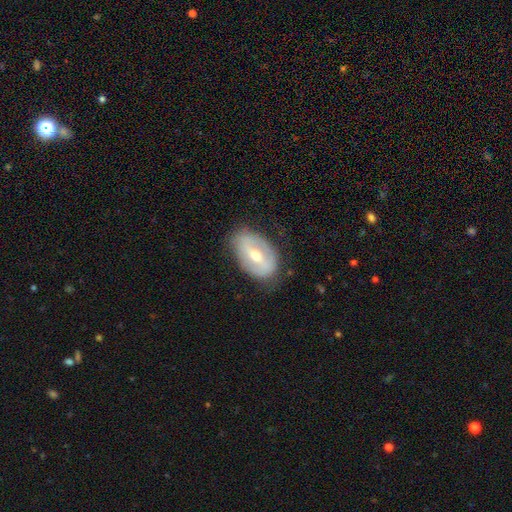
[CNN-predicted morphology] A featured or disk galaxy (62%) with a strong bar (47%), no spiral arms (62%) and a moderate central bulge (61%). Merging: none (76%).